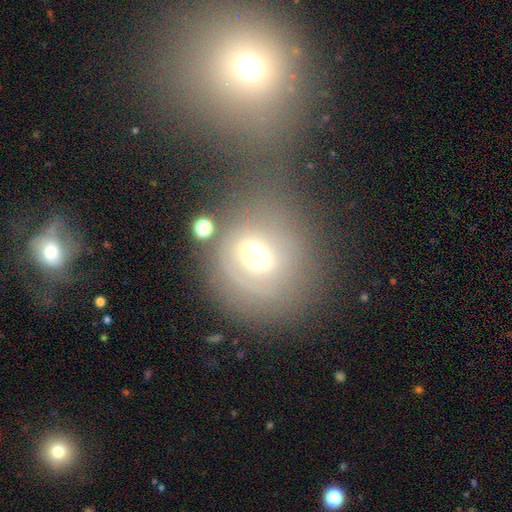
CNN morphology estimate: This appears to be a smooth galaxy with no disk features (44%). Merging: none (44%).